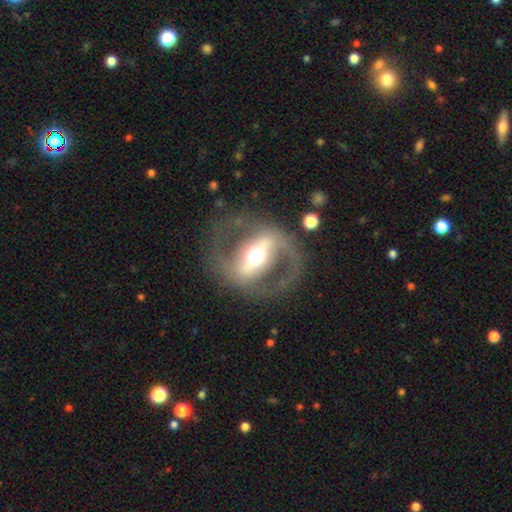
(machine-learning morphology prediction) smooth-or-featured: featured or disk: 81% | smooth: 13% | star or artifact: 6%
  disk-edge-on: no: 88% | yes: 12%
    bar: strong: 73% | weak: 17% | no: 11%
    has-spiral-arms: yes: 51% | no: 49%
    bulge-size: moderate: 63% | large: 25% | small: 7% | dominant: 4% | none: 1%
  merging: none: 75% | major disturbance: 13% | minor disturbance: 11% | merger: 2%